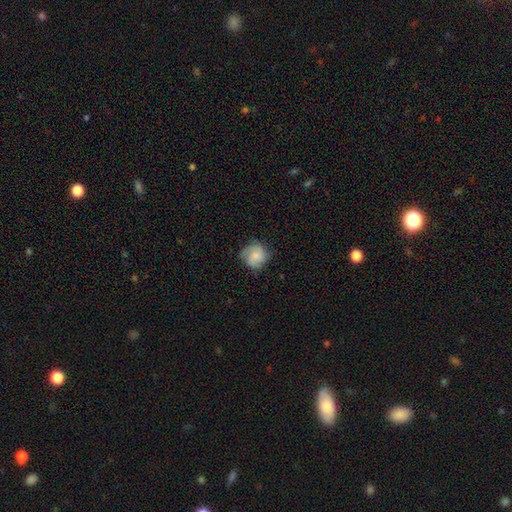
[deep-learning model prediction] The model was most divided on "merging": none: 63%, minor disturbance: 27%, major disturbance: 8%, merger: 1%. More confident: how rounded — round (82%); smooth or featured — smooth (70%).